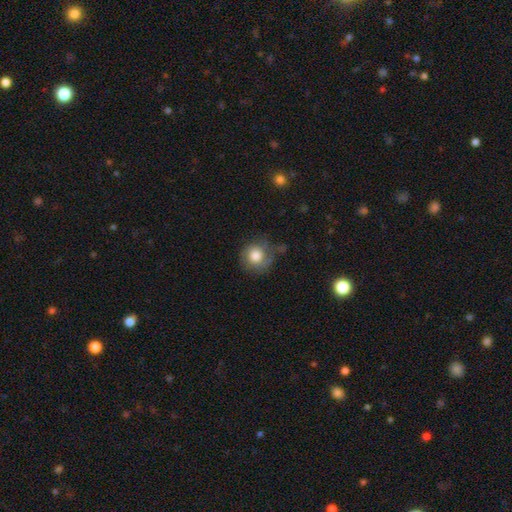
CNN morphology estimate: Smooth or featured? smooth (77%)
How rounded? round (88%)
Merging? none (59%)